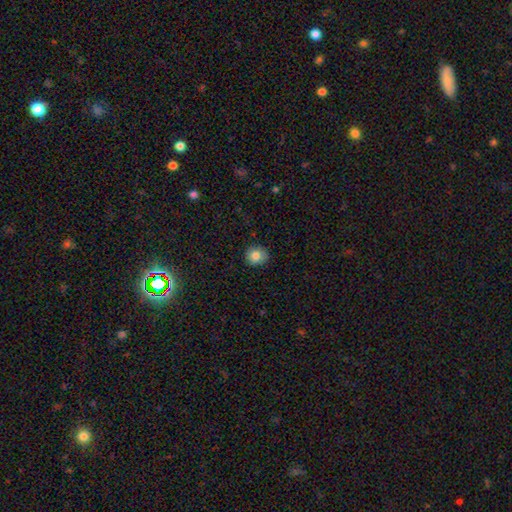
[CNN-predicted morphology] The model was most divided on "how rounded": round: 86%, in between: 13%, cigar-shaped: 1%. More confident: merging — none (86%); smooth or featured — smooth (83%).